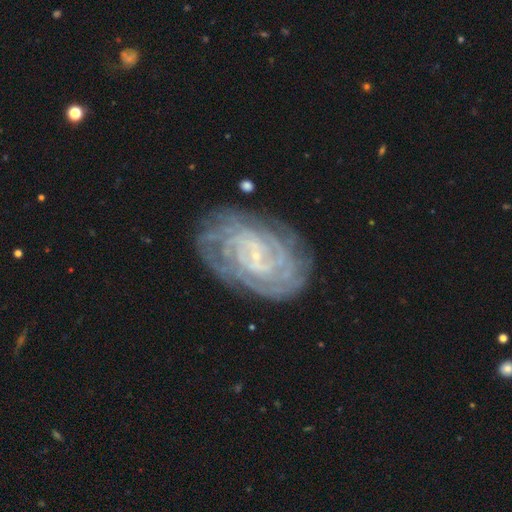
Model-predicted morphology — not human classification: smooth_or_featured: featured or disk (p=0.87) [alt: smooth p=0.07]
disk_edge_on: no (p=0.97) [alt: yes p=0.03]
bar: weak (p=0.42) [tied with: no p=0.42]
has_spiral_arms: yes (p=0.97) [alt: no p=0.03]
spiral_winding: tight (p=0.80) [alt: medium p=0.16]
spiral_arm_count: can't tell (p=0.33) [alt: 2 p=0.18]
bulge_size: small (p=0.80) [alt: none p=0.11]
merging: none (p=0.79) [alt: minor disturbance p=0.15]